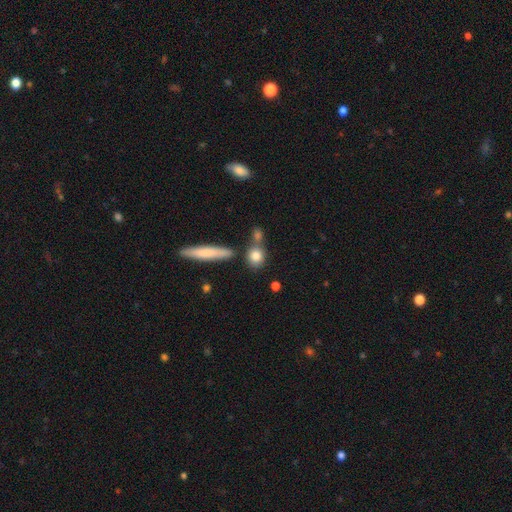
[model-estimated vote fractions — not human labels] Smooth or featured? smooth (81%)
How rounded? round (64%)
Merging? none (64%)